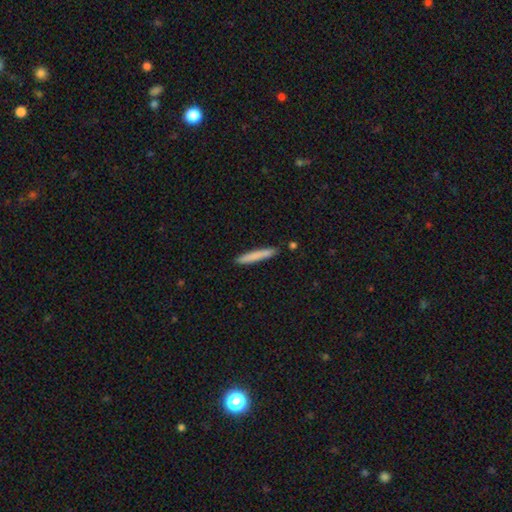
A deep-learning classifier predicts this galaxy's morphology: Smooth or featured? smooth (79%)
How rounded? cigar-shaped (95%)
Merging? none (88%)